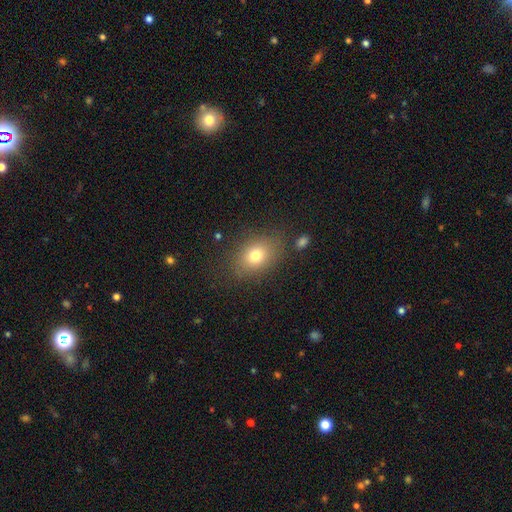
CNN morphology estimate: Smooth or featured: smooth — 75% (featured or disk — 13%)
How rounded: in between — 68% (round — 31%)
Merging: none — 80% (minor disturbance — 12%)